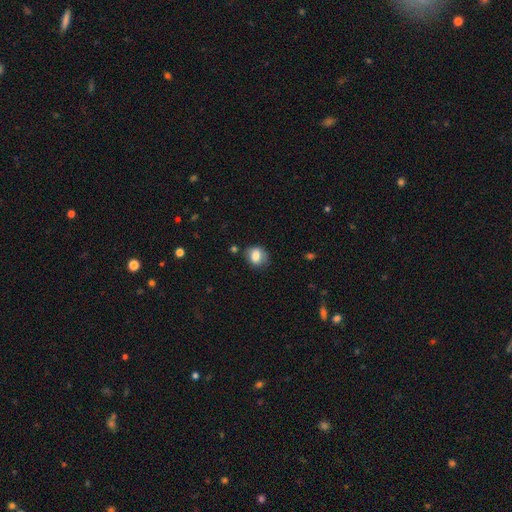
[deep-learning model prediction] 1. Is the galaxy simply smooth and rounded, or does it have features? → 78% smooth, 13% featured or disk, 9% star or artifact.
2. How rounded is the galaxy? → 53% in between, 45% round, 1% cigar-shaped.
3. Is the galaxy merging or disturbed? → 60% none, 26% minor disturbance, 9% major disturbance, 5% merger.